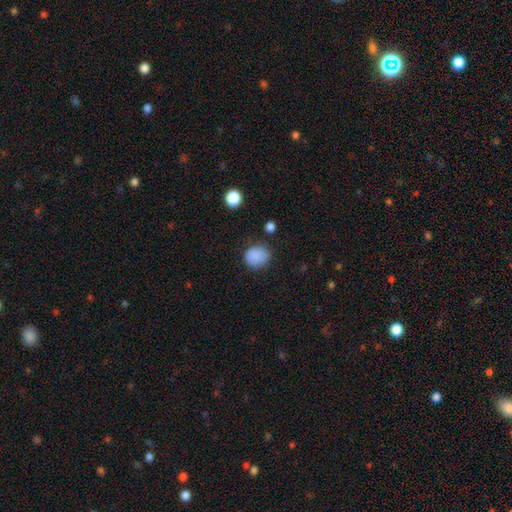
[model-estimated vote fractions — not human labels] The model was most divided on "how rounded": round: 75%, in between: 24%, cigar-shaped: 1%. More confident: smooth or featured — smooth (86%); merging — none (74%).